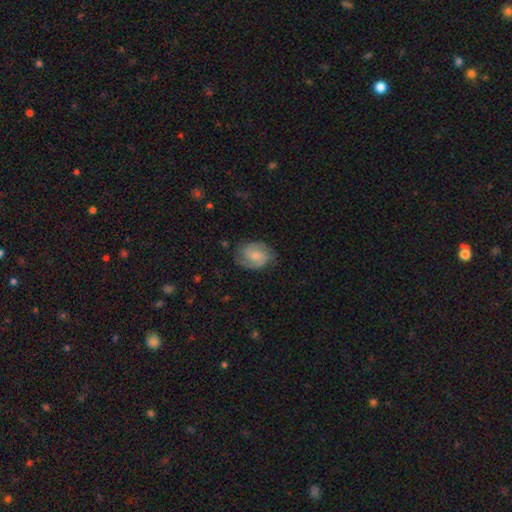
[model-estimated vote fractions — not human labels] A featured or disk galaxy (68%) with no bar (50%), 2 (80%) medium (48%) spiral arms (94%) and a small central bulge (44%).

Vote fractions:
- Smooth or featured? featured or disk: 68% / smooth: 26% / star or artifact: 6%
- Edge-on disk? no: 98% / yes: 2%
- Bar? no: 50% / weak: 43% / strong: 7%
- Spiral arms? yes: 94% / no: 6%
- Spiral winding? medium: 48% / tight: 35% / loose: 16%
- Spiral arm count? 2: 80% / can't tell: 9% / 3: 5% / 1: 3% / 4: 2% / more than 4: 1%
- Bulge size? small: 44% / moderate: 37% / none: 13% / large: 5% / dominant: 1%
- Merging? none: 74% / minor disturbance: 18% / major disturbance: 6% / merger: 1%